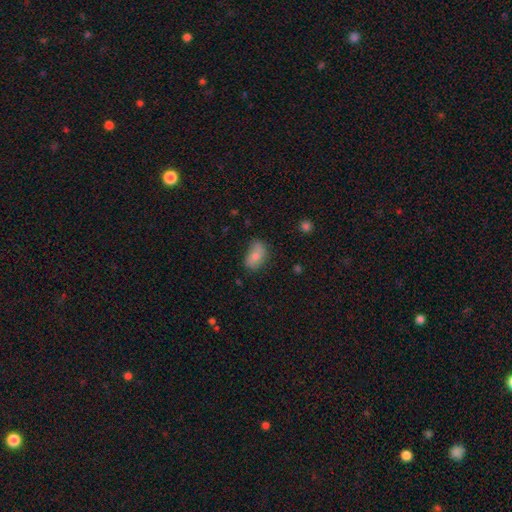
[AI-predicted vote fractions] Smooth or featured? Predicted: smooth (p=0.74). How rounded? Predicted: in between (p=0.88). Merging? Predicted: none (p=0.64).